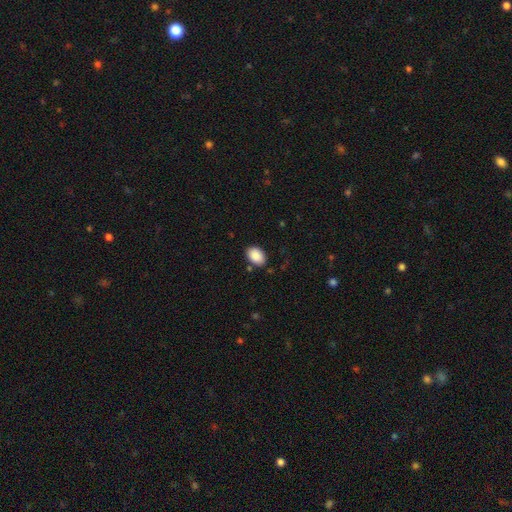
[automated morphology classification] Q: Smooth or featured?
A: smooth (90%); runner-up: star or artifact (7%)
Q: How rounded?
A: in between (86%); runner-up: round (13%)
Q: Merging?
A: none (84%); runner-up: minor disturbance (11%)